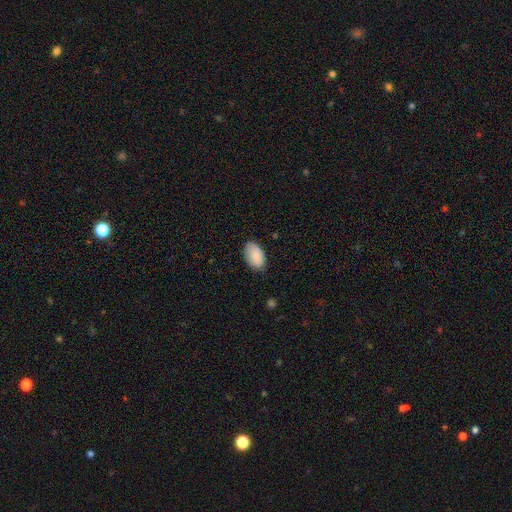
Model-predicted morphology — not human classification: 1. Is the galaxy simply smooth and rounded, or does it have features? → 85% smooth, 8% featured or disk, 6% star or artifact.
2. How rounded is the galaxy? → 93% in between, 6% round, 1% cigar-shaped.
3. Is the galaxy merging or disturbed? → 81% none, 15% minor disturbance, 3% major disturbance, 1% merger.